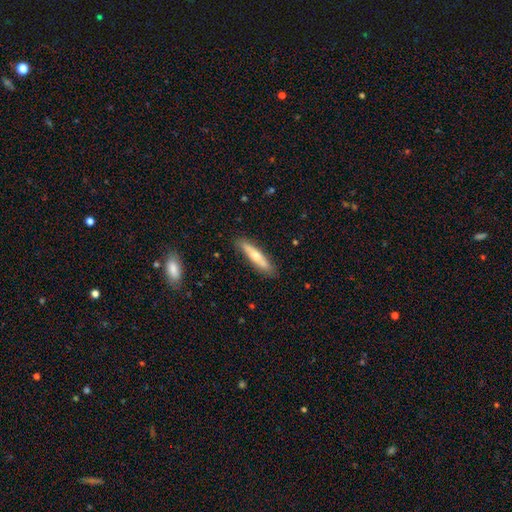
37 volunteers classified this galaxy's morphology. Q: Smooth or featured?
A: smooth (49%); tied with: featured or disk (49%)
Q: How rounded?
A: cigar-shaped (83%); runner-up: in between (17%)
Q: Merging?
A: none (83%); runner-up: minor disturbance (11%)